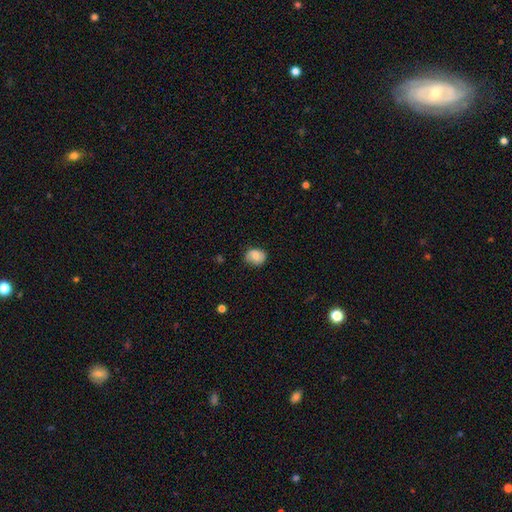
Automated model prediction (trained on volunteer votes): Overall: smooth (72%). How rounded: round (54%; in between 45%). Merging: none (73%).